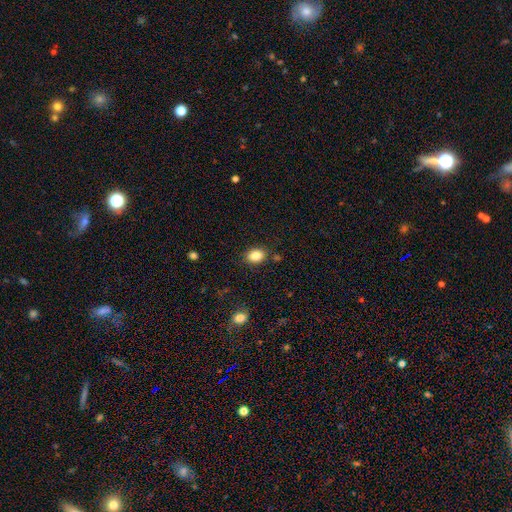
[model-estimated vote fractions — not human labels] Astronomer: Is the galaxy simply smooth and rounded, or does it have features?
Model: smooth — 86%.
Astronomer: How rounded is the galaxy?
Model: in between — 70%.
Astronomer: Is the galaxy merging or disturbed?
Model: none — 84%.